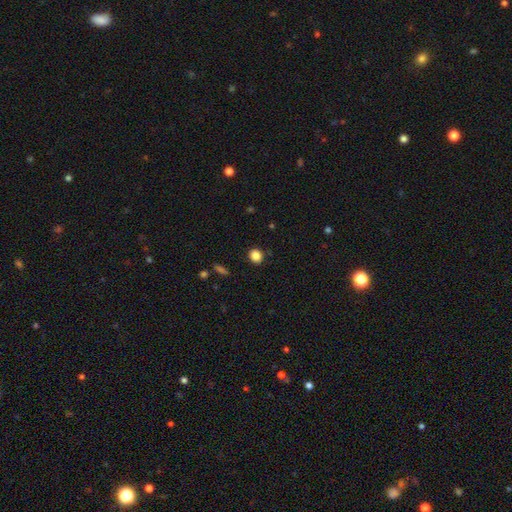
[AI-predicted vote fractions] Smooth or featured: smooth — 86% (star or artifact — 10%)
How rounded: round — 73% (in between — 26%)
Merging: none — 89% (minor disturbance — 8%)